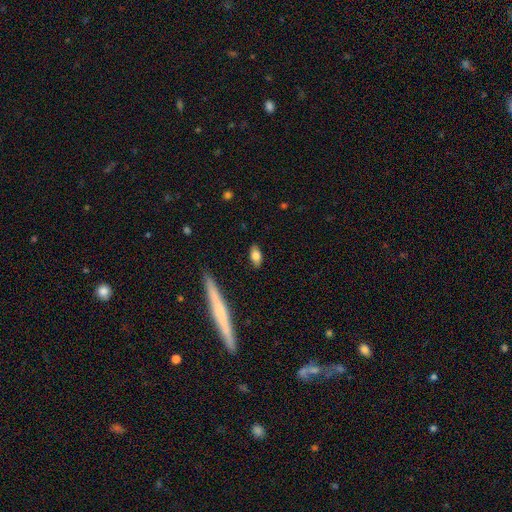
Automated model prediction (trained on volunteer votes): A smooth galaxy with no disk features (78%) that is in between round and cigar-shaped (84%).

Vote fractions:
- Smooth or featured? smooth: 78% / featured or disk: 14% / star or artifact: 7%
- How rounded? in between: 84% / cigar-shaped: 10% / round: 6%
- Merging? none: 86% / minor disturbance: 11% / major disturbance: 2% / merger: 1%